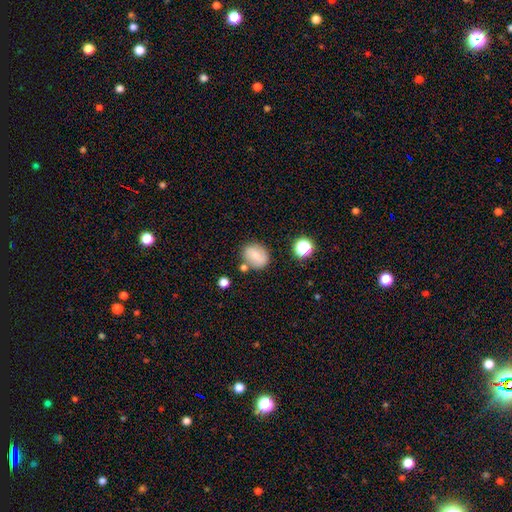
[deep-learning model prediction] This appears to be a smooth galaxy with no disk features (70%) that is round (54%). Merging: none (74%).